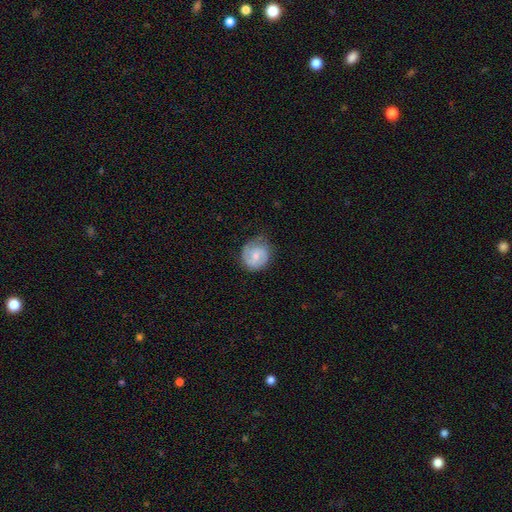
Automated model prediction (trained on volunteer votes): Smooth or featured? featured or disk (62%)
Edge-on disk? no (98%)
Bar? weak (49%)
Spiral arms? yes (91%)
Spiral winding? medium (44%)
Spiral arm count? 2 (77%)
Bulge size? small (49%)
Merging? none (69%)